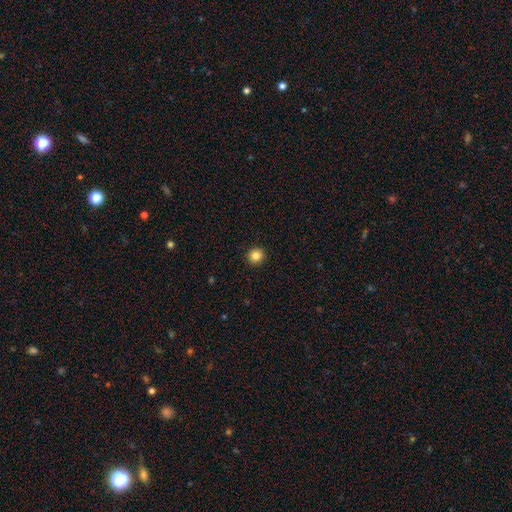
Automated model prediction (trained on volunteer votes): This appears to be a smooth galaxy with no disk features (85%) that is round (93%). Merging: none (93%).